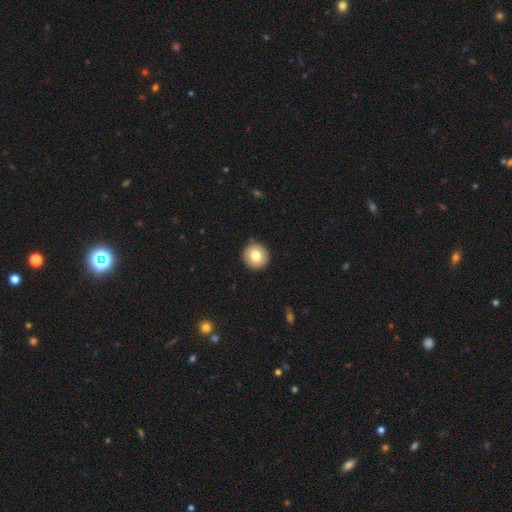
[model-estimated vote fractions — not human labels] smooth_or_featured: smooth (p=0.79) [alt: featured or disk p=0.12]
how_rounded: round (p=0.95) [alt: in between p=0.04]
merging: none (p=0.92) [alt: minor disturbance p=0.06]